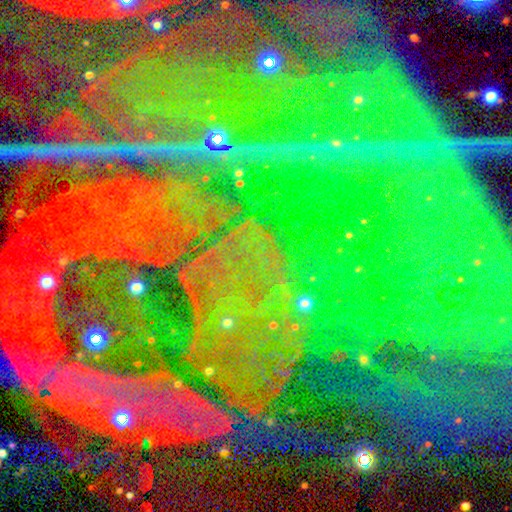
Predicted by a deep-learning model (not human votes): Smooth or featured?
  - star or artifact: 89% *
  - featured or disk: 6%
  - smooth: 5%